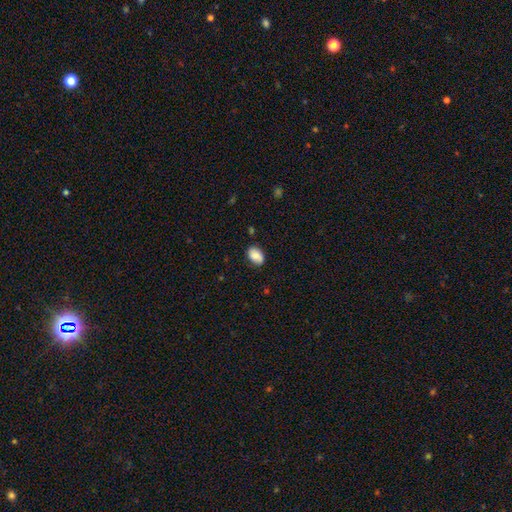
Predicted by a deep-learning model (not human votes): smooth-or-featured: smooth: 85% | featured or disk: 8% | star or artifact: 7%
  how-rounded: in between: 87% | round: 12% | cigar-shaped: 1%
  merging: none: 79% | minor disturbance: 17% | major disturbance: 3% | merger: 1%